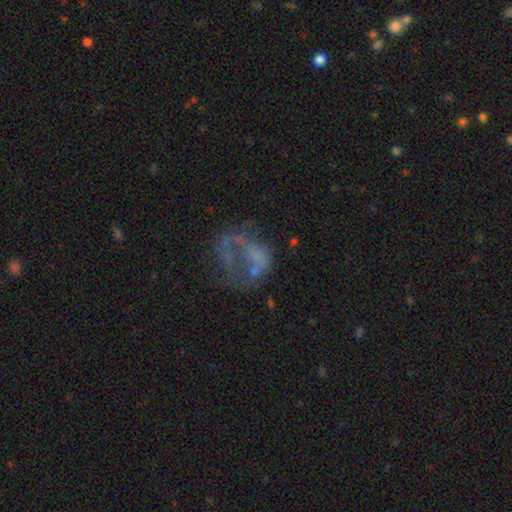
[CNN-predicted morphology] Smooth or featured?
  - featured or disk: 52% *
  - smooth: 31%
  - star or artifact: 16%
Edge-on disk?
  - no: 98% *
  - yes: 2%
Bar?
  - no: 86% *
  - weak: 11%
  - strong: 3%
Spiral arms?
  - no: 81% *
  - yes: 19%
Bulge size?
  - none: 71% *
  - small: 14%
  - moderate: 11%
  - large: 3%
  - dominant: 1%
Merging?
  - major disturbance: 45% *
  - none: 31%
  - minor disturbance: 14%
  - merger: 10%